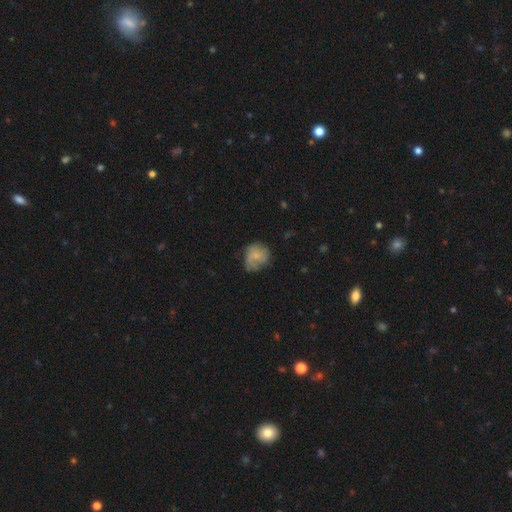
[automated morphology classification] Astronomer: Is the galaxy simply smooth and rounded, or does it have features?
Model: smooth — 59%.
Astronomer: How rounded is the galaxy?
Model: round — 74%.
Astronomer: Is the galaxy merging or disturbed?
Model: none — 53% (runner-up: minor disturbance, 30%).